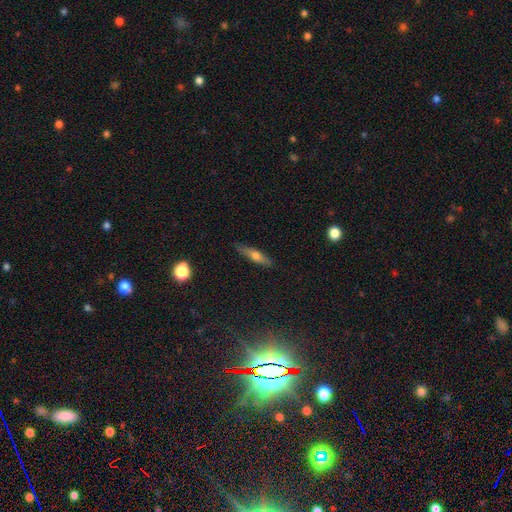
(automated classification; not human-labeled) This appears to be a smooth galaxy with no disk features (49%). Merging: none (85%).